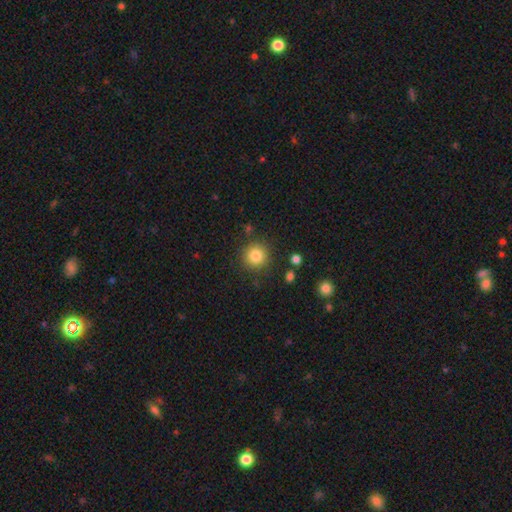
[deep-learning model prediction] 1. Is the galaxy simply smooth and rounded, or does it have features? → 84% smooth, 10% star or artifact, 6% featured or disk.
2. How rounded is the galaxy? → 93% round, 6% in between, 1% cigar-shaped.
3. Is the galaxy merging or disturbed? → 87% none, 8% minor disturbance, 3% major disturbance, 3% merger.